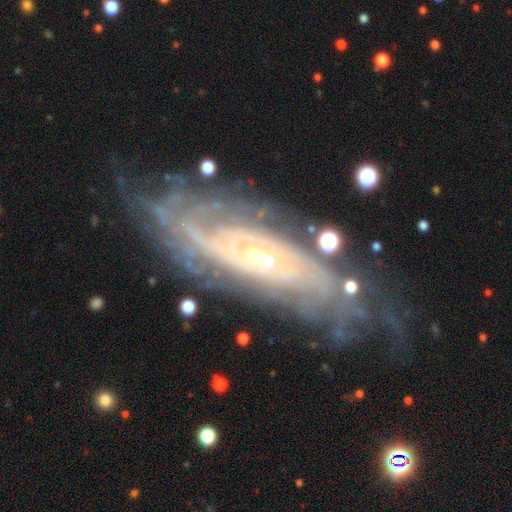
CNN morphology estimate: Smooth or featured: featured or disk — 89% (star or artifact — 6%)
Edge-on disk: no — 89% (yes — 11%)
Bar: no — 65% (weak — 24%)
Spiral arms: yes — 97% (no — 3%)
Spiral winding: tight — 76% (medium — 20%)
Spiral arm count: can't tell — 35% (more than 4 — 16%)
Bulge size: small — 80% (moderate — 15%)
Merging: none — 74% (minor disturbance — 17%)